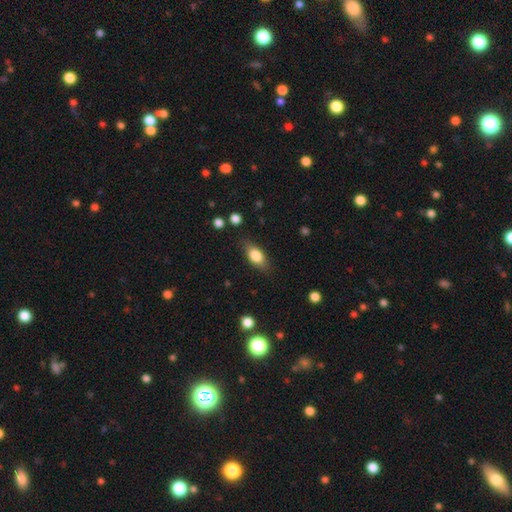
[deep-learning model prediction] This is likely a smooth galaxy (77%). How rounded: clearly in between (82%). Merging: clearly none (81%).